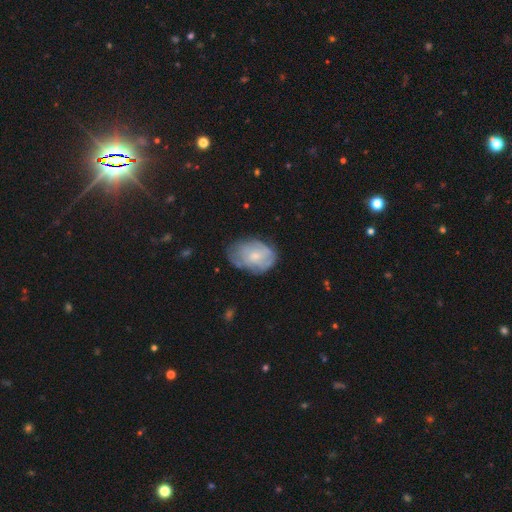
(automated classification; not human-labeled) A featured or disk galaxy (50%). Merging: none (60%).